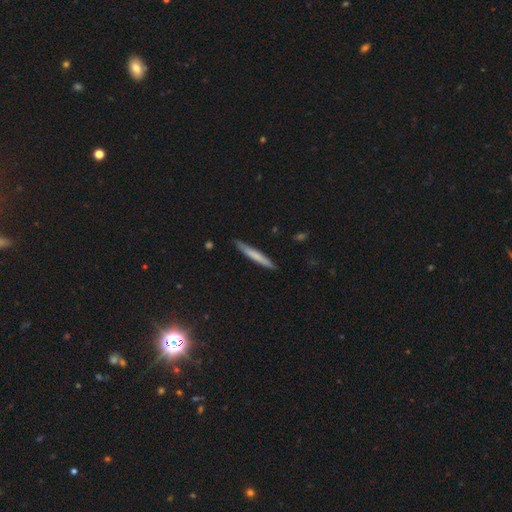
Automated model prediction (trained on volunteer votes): Smooth or featured? Predicted: smooth (p=0.67). How rounded? Predicted: cigar-shaped (p=0.96). Merging? Predicted: none (p=0.89).